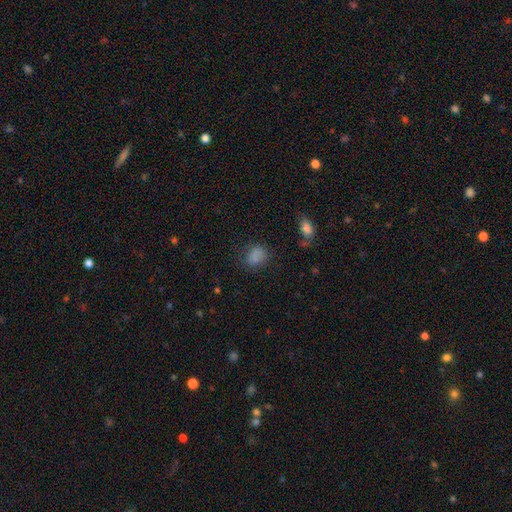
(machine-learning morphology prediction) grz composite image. It shows a smooth galaxy with no disk features (81%) that is in between round and cigar-shaped (56%). Merging: none (71%).